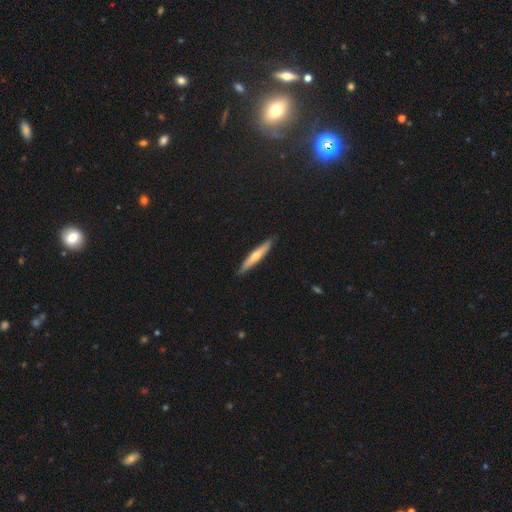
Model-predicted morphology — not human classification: Overall: smooth (53%; featured or disk 42%). How rounded: cigar-shaped (92%). Merging: none (89%).